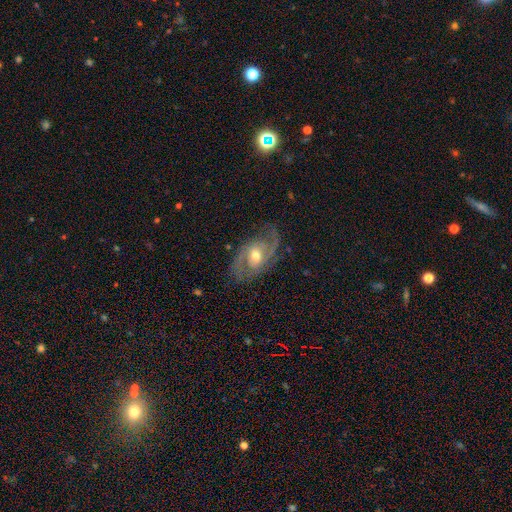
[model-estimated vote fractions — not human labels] Q: Smooth or featured?
A: featured or disk (88%); runner-up: smooth (7%)
Q: Edge-on disk?
A: no (96%); runner-up: yes (4%)
Q: Bar?
A: no (47%); runner-up: weak (42%)
Q: Spiral arms?
A: yes (96%); runner-up: no (4%)
Q: Spiral winding?
A: medium (51%); runner-up: tight (32%)
Q: Spiral arm count?
A: 2 (78%); runner-up: can't tell (8%)
Q: Bulge size?
A: moderate (65%); runner-up: small (29%)
Q: Merging?
A: none (76%); runner-up: minor disturbance (16%)